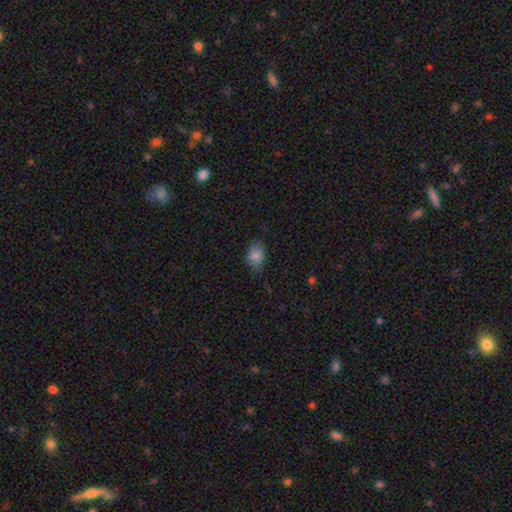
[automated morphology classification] The model was most divided on "merging": none: 68%, minor disturbance: 25%, major disturbance: 5%, merger: 1%. More confident: smooth or featured — smooth (82%); how rounded — in between (74%).